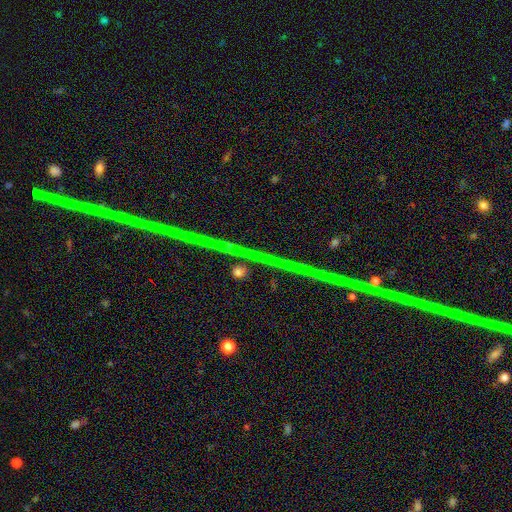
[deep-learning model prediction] A star or artifact, not a galaxy (64%).